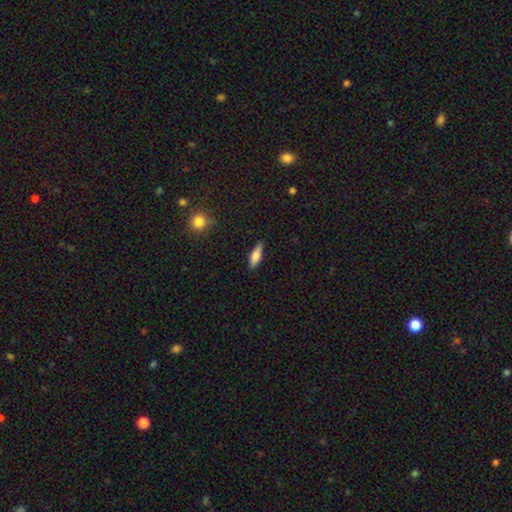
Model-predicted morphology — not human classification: Smooth or featured: smooth — 72% (featured or disk — 21%)
How rounded: cigar-shaped — 51% (in between — 47%)
Merging: none — 86% (minor disturbance — 11%)